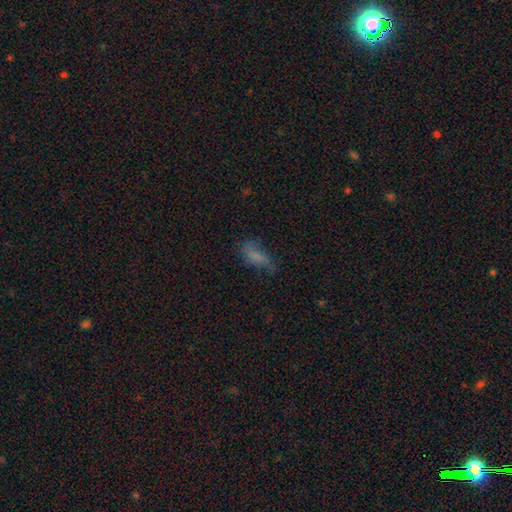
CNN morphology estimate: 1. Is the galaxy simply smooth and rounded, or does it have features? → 69% smooth, 18% featured or disk, 13% star or artifact.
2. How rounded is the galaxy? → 78% in between, 18% cigar-shaped, 4% round.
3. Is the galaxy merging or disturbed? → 44% none, 33% minor disturbance, 21% major disturbance, 3% merger.